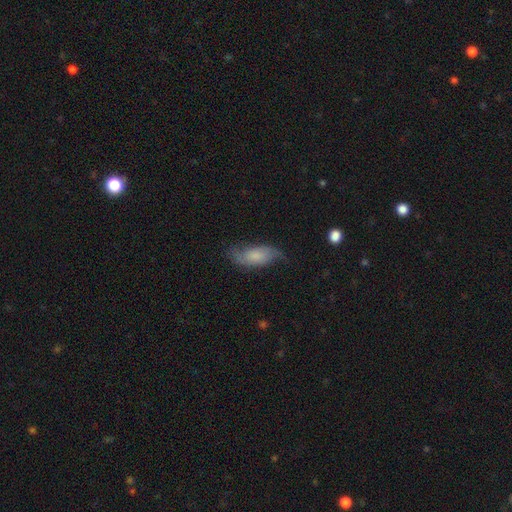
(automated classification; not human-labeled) This appears to be a smooth galaxy with no disk features (51%) that is in between round and cigar-shaped (82%). Merging: none (64%).